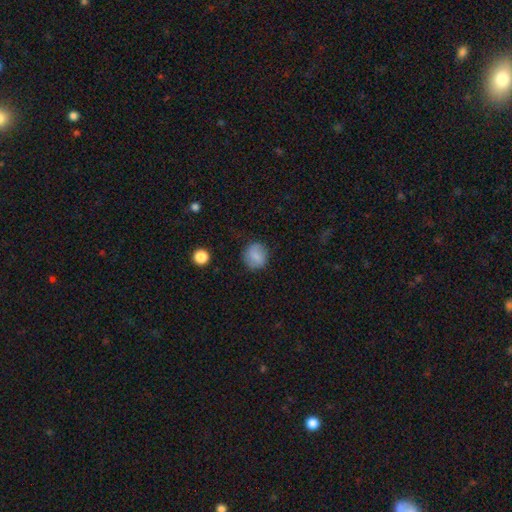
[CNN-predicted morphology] Smooth or featured?
  - smooth: 77% *
  - featured or disk: 14%
  - star or artifact: 8%
How rounded?
  - round: 85% *
  - in between: 13%
  - cigar-shaped: 1%
Merging?
  - none: 83% *
  - minor disturbance: 12%
  - major disturbance: 4%
  - merger: 1%